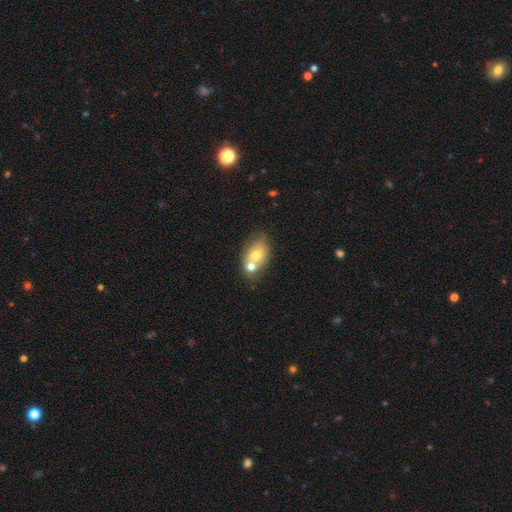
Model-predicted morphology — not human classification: Q: Smooth or featured?
A: smooth (59%); runner-up: featured or disk (32%)
Q: How rounded?
A: in between (78%); runner-up: round (20%)
Q: Merging?
A: merger (47%); runner-up: none (35%)